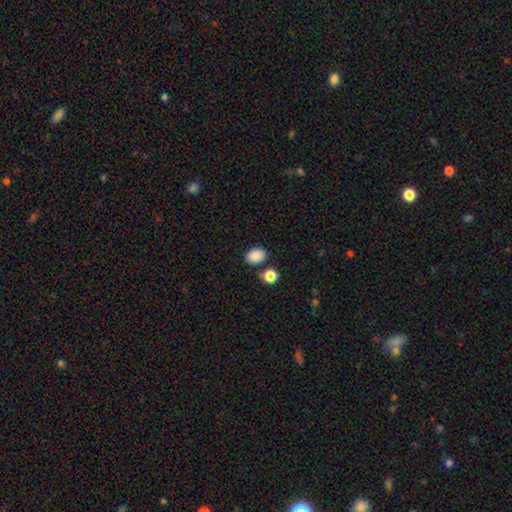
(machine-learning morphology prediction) Smooth or featured? Predicted: smooth (p=0.87). How rounded? Predicted: in between (p=0.74). Merging? Predicted: none (p=0.77).